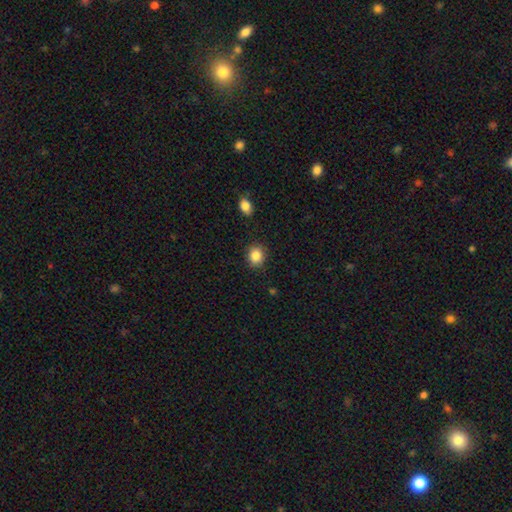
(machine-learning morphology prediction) A smooth galaxy with no disk features (86%) that is round (66%). Merging: none (86%).